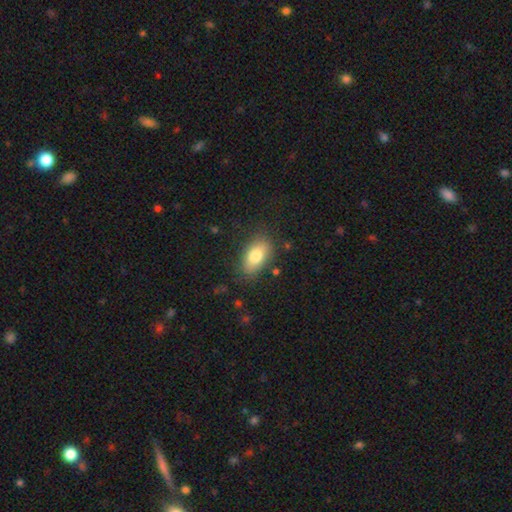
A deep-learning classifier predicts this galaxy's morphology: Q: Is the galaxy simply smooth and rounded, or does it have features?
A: smooth — 79%.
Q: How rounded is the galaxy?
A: in between — 91%.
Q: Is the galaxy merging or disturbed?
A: none — 80%.